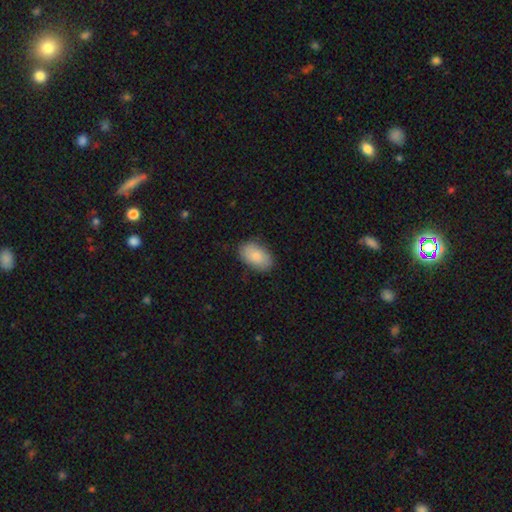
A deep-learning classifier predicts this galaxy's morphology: Q: Smooth or featured?
A: smooth (81%); runner-up: featured or disk (12%)
Q: How rounded?
A: in between (91%); runner-up: round (8%)
Q: Merging?
A: none (83%); runner-up: minor disturbance (13%)